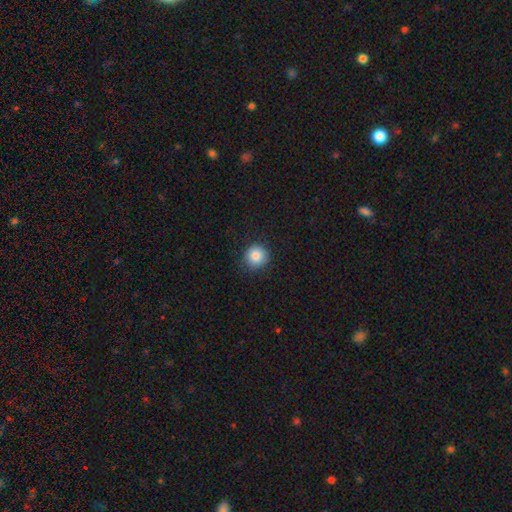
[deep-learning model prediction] Morphology: type=smooth (85%); roundness=round (93%); merging=none (88%).